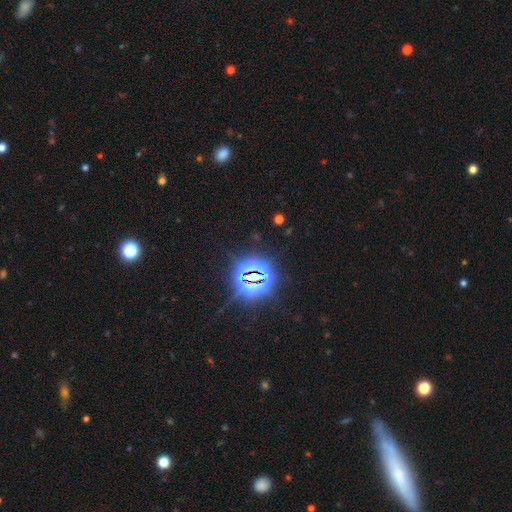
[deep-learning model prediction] star or artifact 82%, smooth 11%, featured or disk 7%.